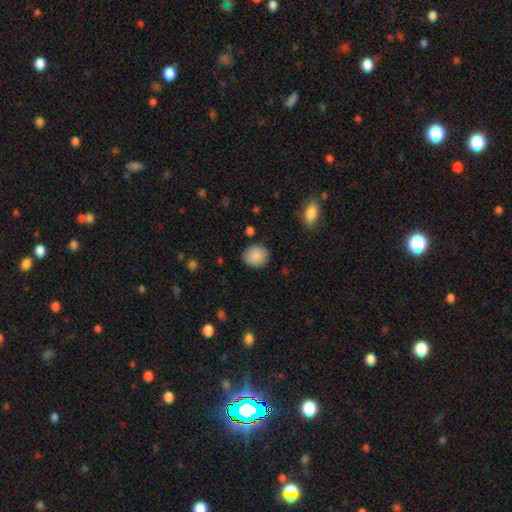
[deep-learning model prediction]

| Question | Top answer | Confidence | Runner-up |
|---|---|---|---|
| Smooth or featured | smooth | 88% | star or artifact (7%) |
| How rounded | round | 75% | in between (24%) |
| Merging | none | 85% | minor disturbance (11%) |